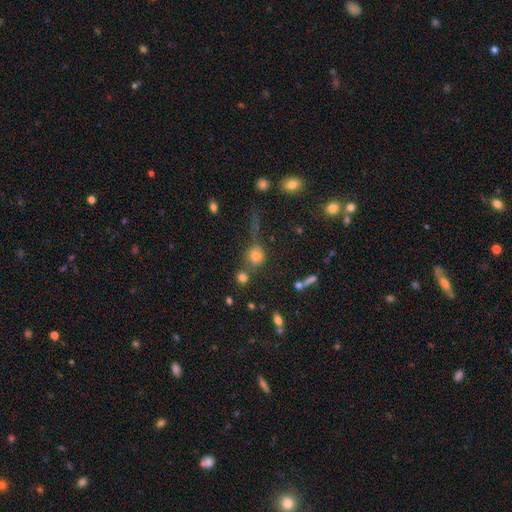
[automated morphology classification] A smooth galaxy with no disk features (71%) that is round (81%).

Vote fractions:
- Smooth or featured? smooth: 71% / star or artifact: 17% / featured or disk: 12%
- How rounded? round: 81% / in between: 16% / cigar-shaped: 2%
- Merging? none: 51% / merger: 25% / minor disturbance: 14% / major disturbance: 11%